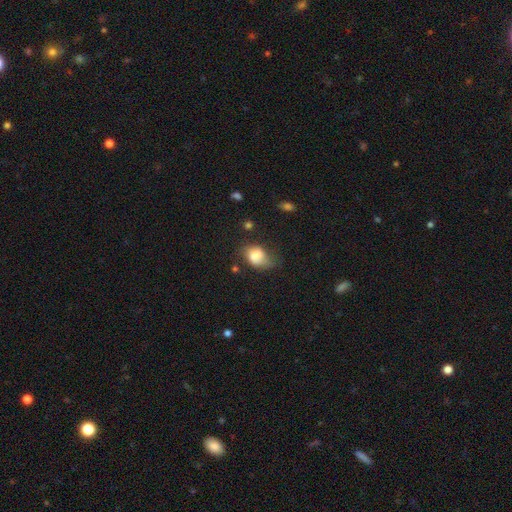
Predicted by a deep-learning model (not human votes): The model was most divided on "merging": minor disturbance: 36%, none: 34%, major disturbance: 23%, merger: 7%. More confident: how rounded — in between (72%); smooth or featured — smooth (70%).